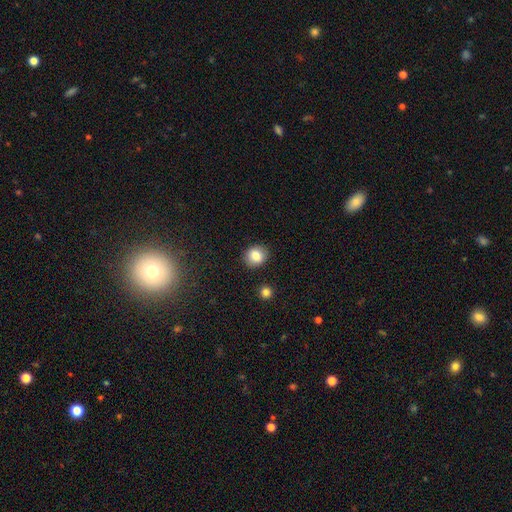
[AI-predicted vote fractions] smooth_or_featured: smooth (p=0.83) [alt: star or artifact p=0.10]
how_rounded: round (p=0.78) [alt: in between p=0.21]
merging: none (p=0.88) [alt: minor disturbance p=0.08]